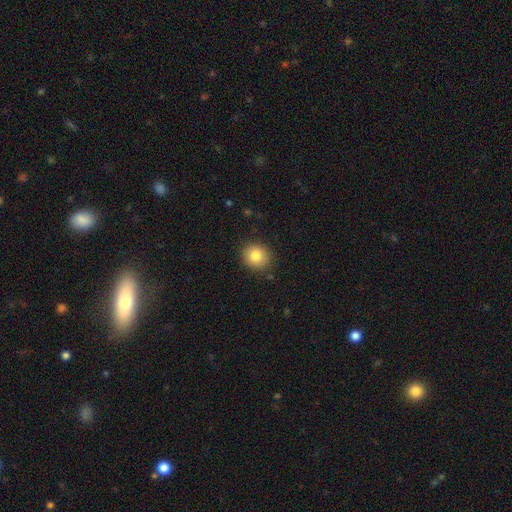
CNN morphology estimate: Smooth or featured: smooth — 82% (star or artifact — 10%)
How rounded: round — 84% (in between — 15%)
Merging: none — 88% (minor disturbance — 9%)